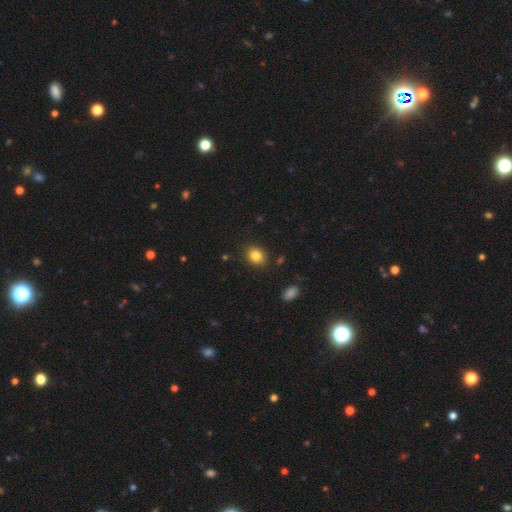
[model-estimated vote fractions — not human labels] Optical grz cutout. It shows a smooth galaxy with no disk features (84%) that is round (58%). Merging: none (87%).